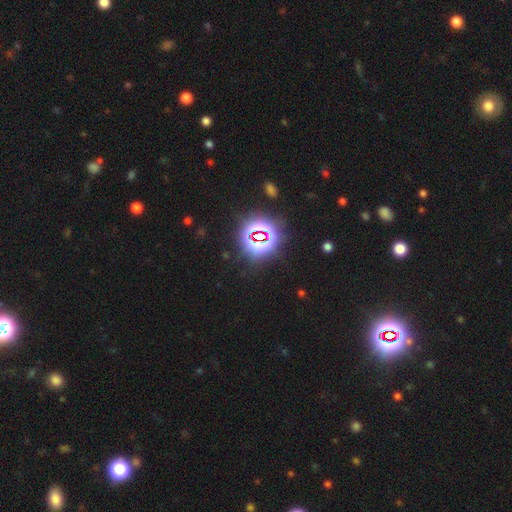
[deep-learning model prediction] The model was most divided on "smooth or featured": star or artifact: 81%, smooth: 12%, featured or disk: 7%.